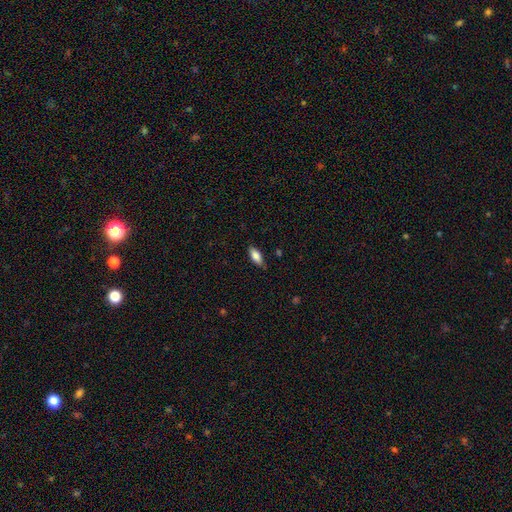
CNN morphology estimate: A smooth galaxy with no disk features (80%) that is in between round and cigar-shaped (78%). Merging: none (82%).